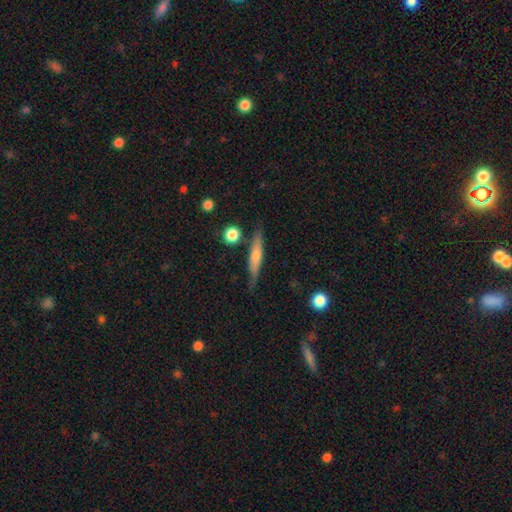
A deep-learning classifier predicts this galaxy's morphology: Smooth or featured? Predicted: featured or disk (p=0.48). Merging? Predicted: none (p=0.82).